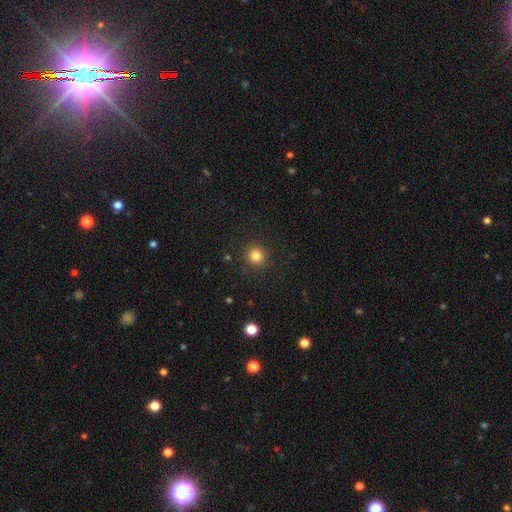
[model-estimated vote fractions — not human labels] This is clearly a smooth galaxy (83%). How rounded: clearly round (91%). Merging: clearly none (90%).